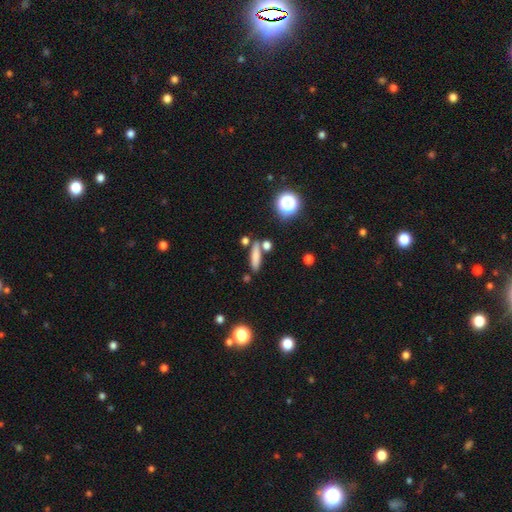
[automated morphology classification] smooth_or_featured: smooth (p=0.74) [alt: featured or disk p=0.14]
how_rounded: cigar-shaped (p=0.70) [alt: in between p=0.24]
merging: none (p=0.71) [alt: merger p=0.12]